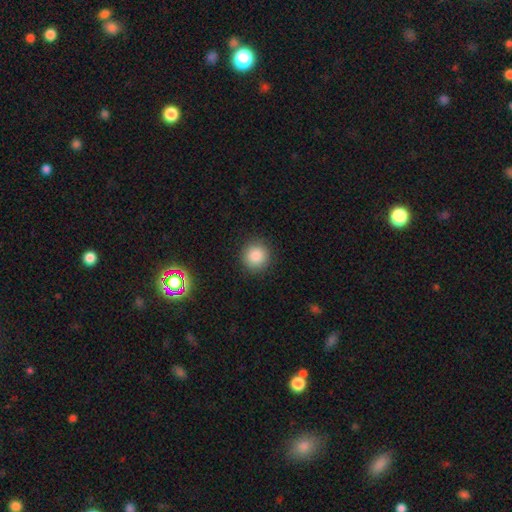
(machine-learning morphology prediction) This appears to be a smooth galaxy with no disk features (87%) that is round (93%). Merging: none (90%).